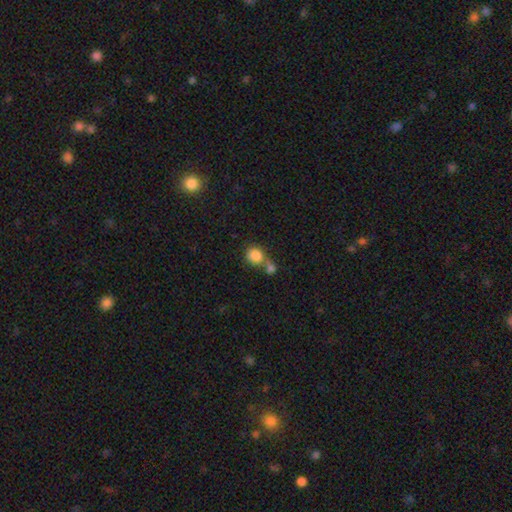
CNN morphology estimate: Smooth or featured? smooth (84%)
How rounded? round (78%)
Merging? merger (44%)